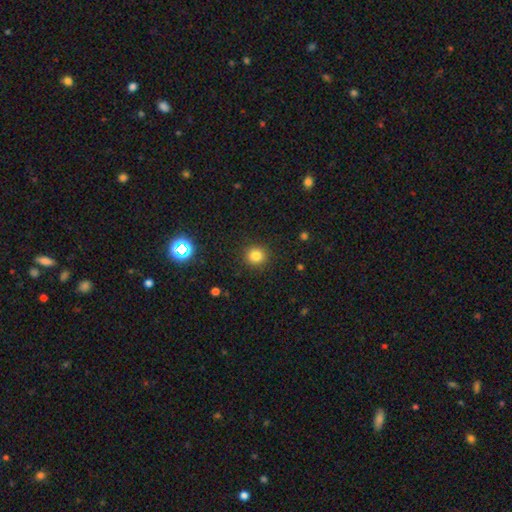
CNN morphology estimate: Q: Smooth or featured?
A: smooth (81%); runner-up: star or artifact (13%)
Q: How rounded?
A: round (92%); runner-up: in between (8%)
Q: Merging?
A: none (91%); runner-up: minor disturbance (6%)